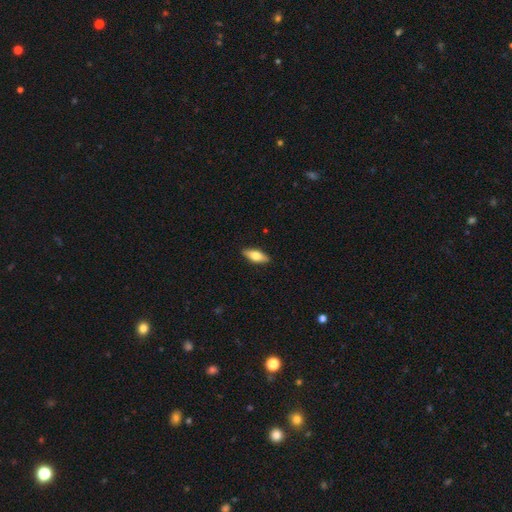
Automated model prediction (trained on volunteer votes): Overall: smooth (67%; featured or disk 27%). How rounded: in between (70%). Merging: none (89%).